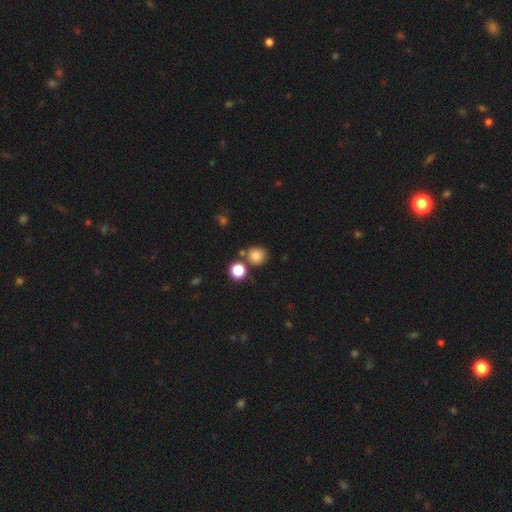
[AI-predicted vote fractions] A smooth galaxy with no disk features (81%) that is round (87%). Merging: none (74%).